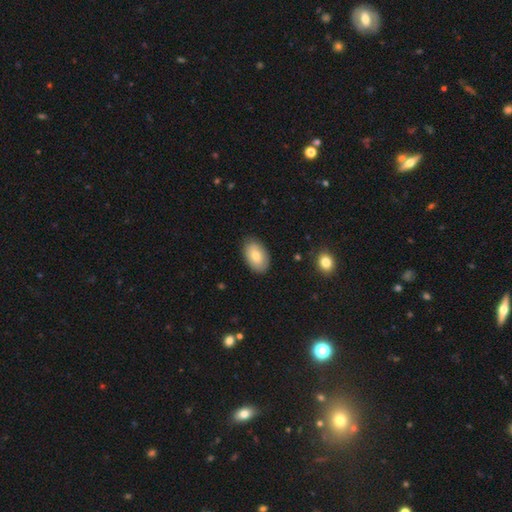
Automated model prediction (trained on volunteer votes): Smooth or featured? Predicted: smooth (p=0.76). How rounded? Predicted: in between (p=0.93). Merging? Predicted: none (p=0.84).